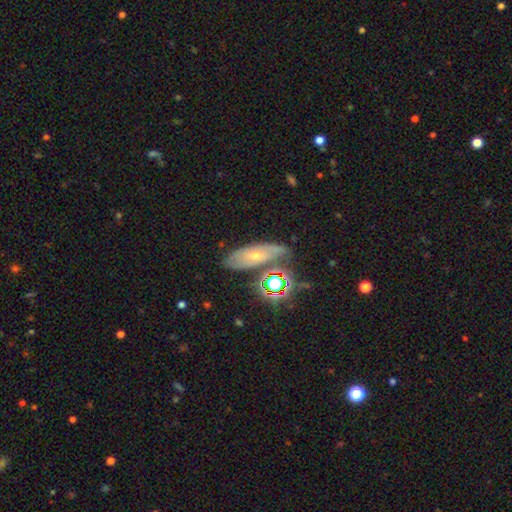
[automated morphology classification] Q: Smooth or featured?
A: featured or disk (41%); runner-up: smooth (40%)
Q: Merging?
A: none (65%); runner-up: minor disturbance (20%)